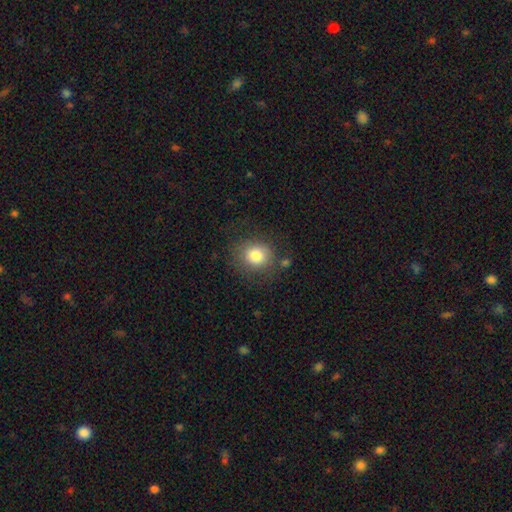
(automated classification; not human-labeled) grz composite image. It shows a smooth galaxy with no disk features (81%) that is round (78%). Merging: none (77%).